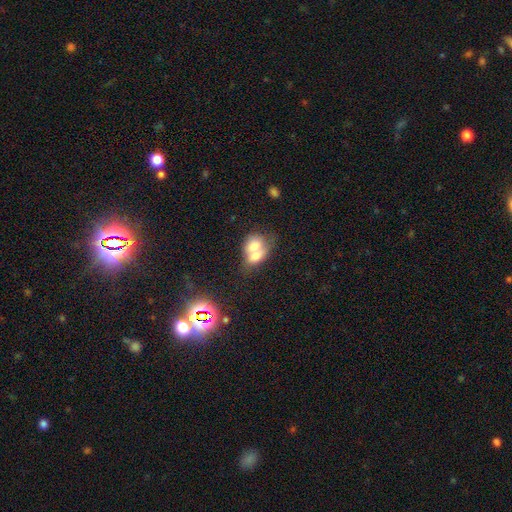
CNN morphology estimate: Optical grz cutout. It shows a smooth galaxy with no disk features (66%) that is in between round and cigar-shaped (60%). Merging: merger (74%).